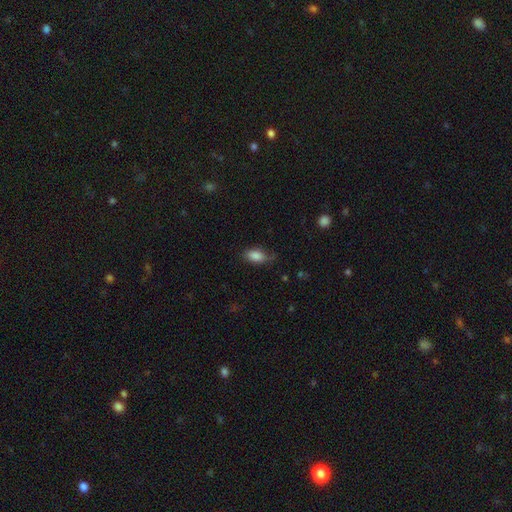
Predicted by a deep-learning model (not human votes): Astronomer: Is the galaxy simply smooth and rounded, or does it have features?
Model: smooth — 85%.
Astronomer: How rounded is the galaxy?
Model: in between — 90%.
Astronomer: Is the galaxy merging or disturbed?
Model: none — 67%.